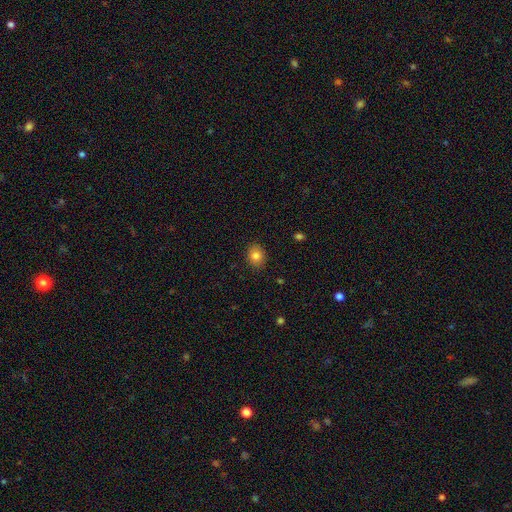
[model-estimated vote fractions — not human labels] smooth 82%, star or artifact 11%, featured or disk 8%. Down the decision tree: how rounded — round (56%); merging — none (89%).